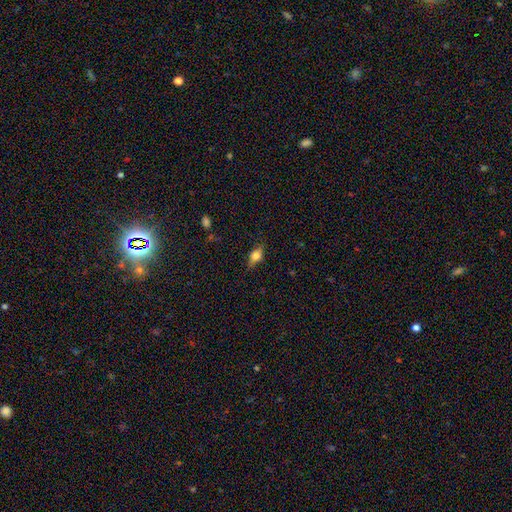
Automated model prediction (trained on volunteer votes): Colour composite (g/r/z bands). It shows a smooth galaxy with no disk features (57%) that is in between round and cigar-shaped (69%). Merging: none (78%).